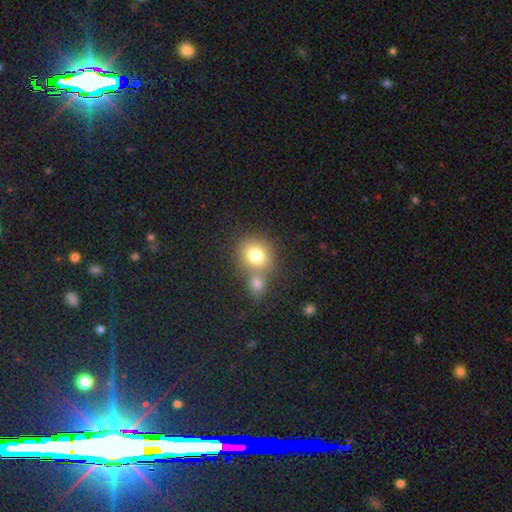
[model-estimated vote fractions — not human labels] Smooth or featured: smooth — 77% (star or artifact — 12%)
How rounded: round — 76% (in between — 23%)
Merging: none — 48% (merger — 40%)